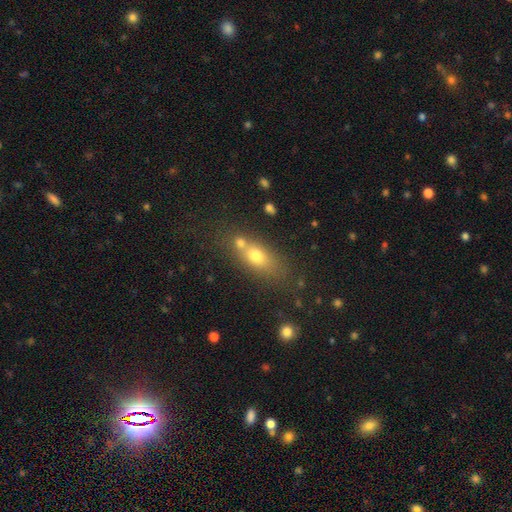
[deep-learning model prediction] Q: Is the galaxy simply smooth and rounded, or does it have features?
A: smooth — 67%.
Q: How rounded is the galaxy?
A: in between — 65%.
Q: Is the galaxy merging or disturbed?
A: none — 48%.